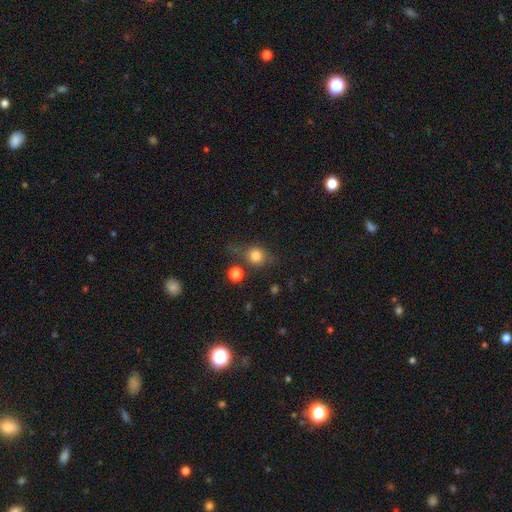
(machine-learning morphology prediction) Smooth or featured? smooth (76%)
How rounded? round (77%)
Merging? none (64%)